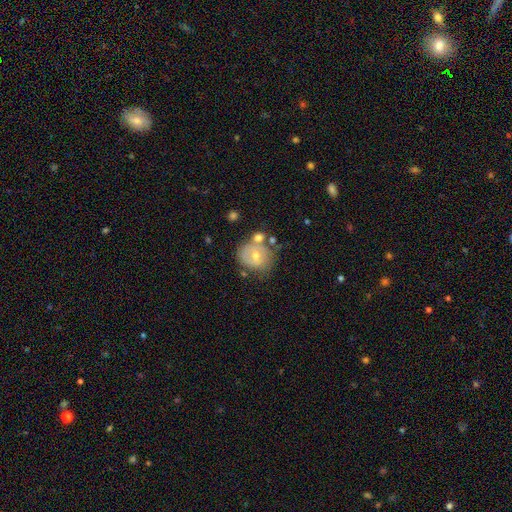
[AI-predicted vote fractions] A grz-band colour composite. It shows a featured or disk galaxy (50%). Merging: none (60%).